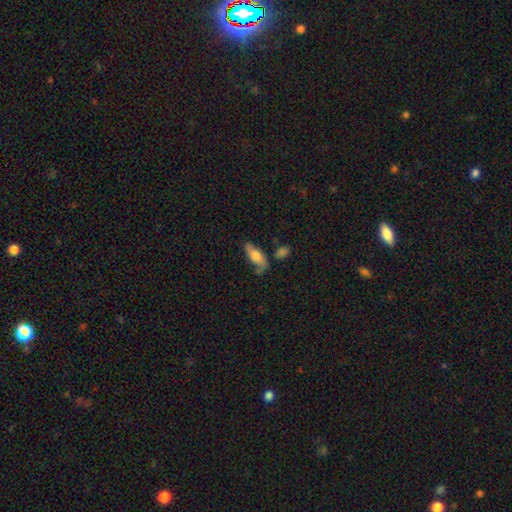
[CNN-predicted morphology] This appears to be a smooth galaxy with no disk features (58%) that is in between round and cigar-shaped (75%). Merging: none (62%).